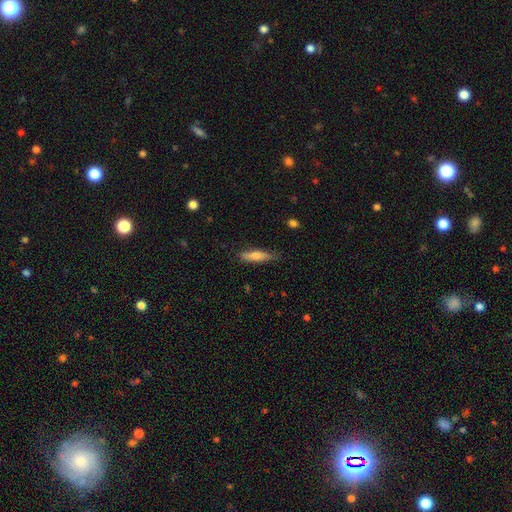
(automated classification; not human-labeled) Q: Smooth or featured?
A: smooth (64%); runner-up: featured or disk (29%)
Q: How rounded?
A: cigar-shaped (75%); runner-up: in between (23%)
Q: Merging?
A: none (79%); runner-up: minor disturbance (17%)